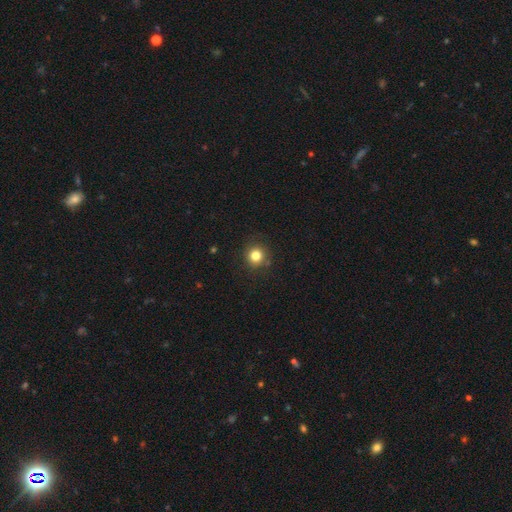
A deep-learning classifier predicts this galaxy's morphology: Smooth or featured: smooth — 81% (star or artifact — 13%)
How rounded: round — 93% (in between — 7%)
Merging: none — 88% (minor disturbance — 8%)